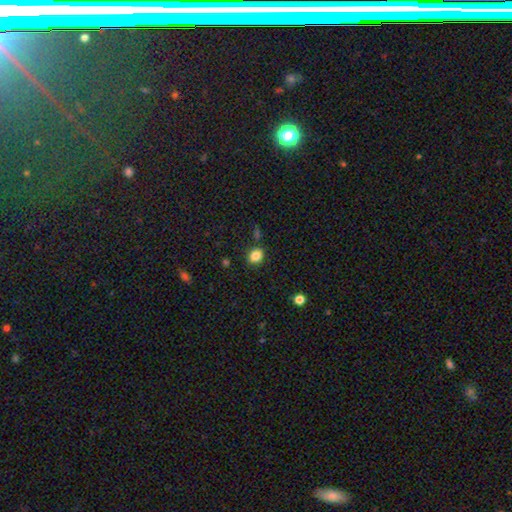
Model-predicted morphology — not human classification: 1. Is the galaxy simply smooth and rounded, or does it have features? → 84% smooth, 11% star or artifact, 5% featured or disk.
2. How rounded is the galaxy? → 57% round, 42% in between, 1% cigar-shaped.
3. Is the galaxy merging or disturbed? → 82% none, 11% minor disturbance, 5% merger, 3% major disturbance.